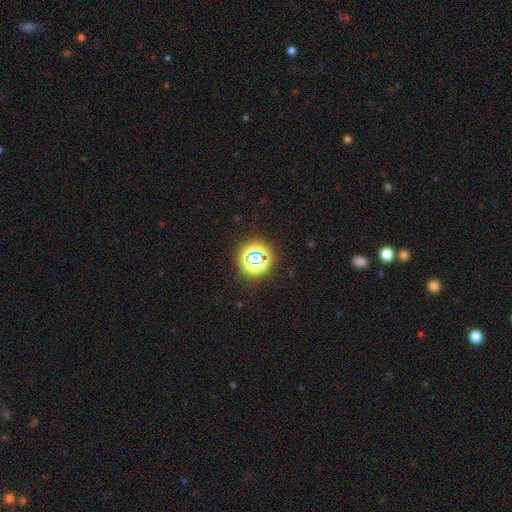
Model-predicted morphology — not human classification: This is likely a star or artifact rather than a galaxy (67%).